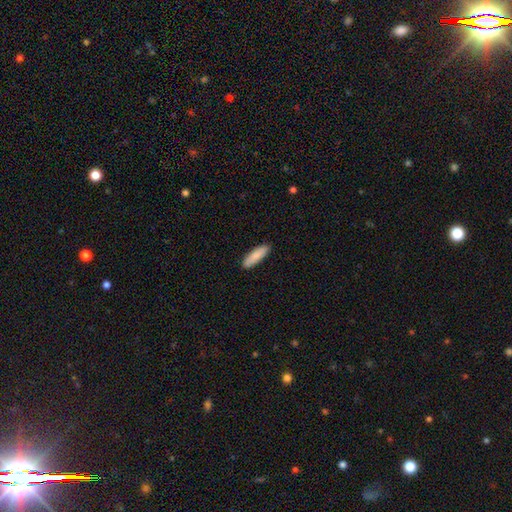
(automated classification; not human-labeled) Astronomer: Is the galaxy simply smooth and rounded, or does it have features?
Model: smooth — 88%.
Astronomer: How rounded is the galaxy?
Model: cigar-shaped — 59% (runner-up: in between, 39%).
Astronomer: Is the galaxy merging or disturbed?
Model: none — 89%.